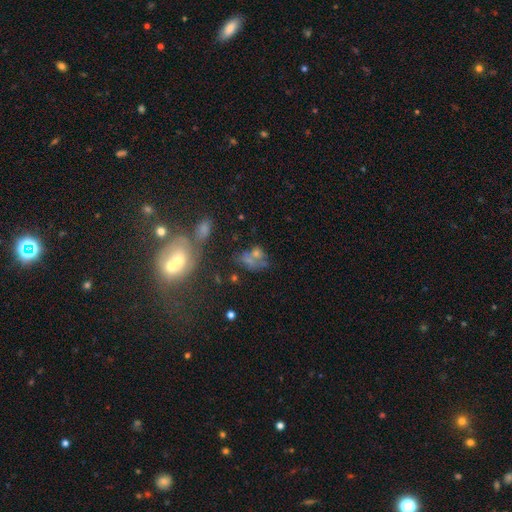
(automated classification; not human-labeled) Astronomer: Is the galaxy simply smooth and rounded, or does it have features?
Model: smooth — 50% (runner-up: featured or disk, 25%).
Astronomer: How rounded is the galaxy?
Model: in between — 66%.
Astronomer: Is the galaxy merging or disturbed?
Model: merger — 35% (runner-up: none, 31%).